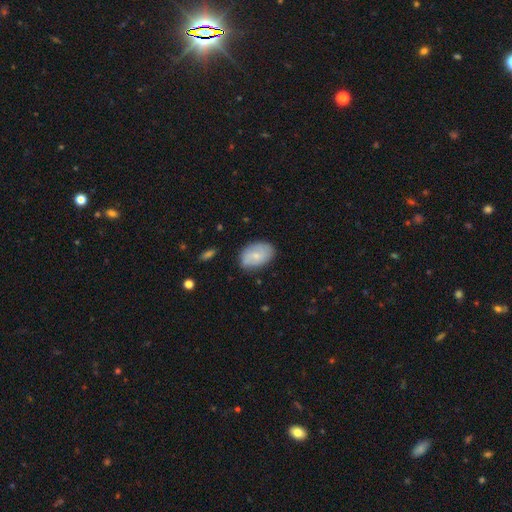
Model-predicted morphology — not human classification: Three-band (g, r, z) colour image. It shows a smooth galaxy with no disk features (66%) that is in between round and cigar-shaped (88%). Merging: none (75%).